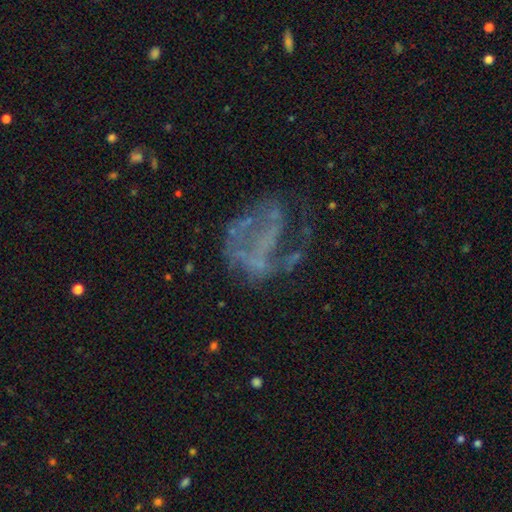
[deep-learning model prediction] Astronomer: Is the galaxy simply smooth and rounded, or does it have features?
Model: featured or disk — 66%.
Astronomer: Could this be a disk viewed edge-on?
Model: no — 98%.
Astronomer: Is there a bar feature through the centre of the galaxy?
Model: no — 76%.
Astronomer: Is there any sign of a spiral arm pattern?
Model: no — 69%.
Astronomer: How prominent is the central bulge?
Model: none — 80%.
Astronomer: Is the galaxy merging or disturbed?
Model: major disturbance — 43% (runner-up: none, 35%).